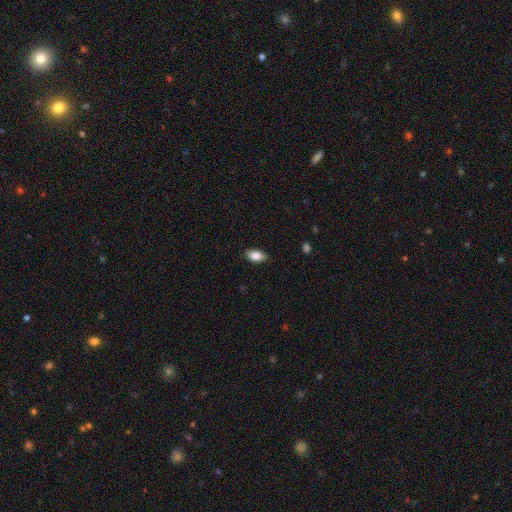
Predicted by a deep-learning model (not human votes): This appears to be a smooth galaxy with no disk features (82%) that is in between round and cigar-shaped (90%). Merging: none (84%).